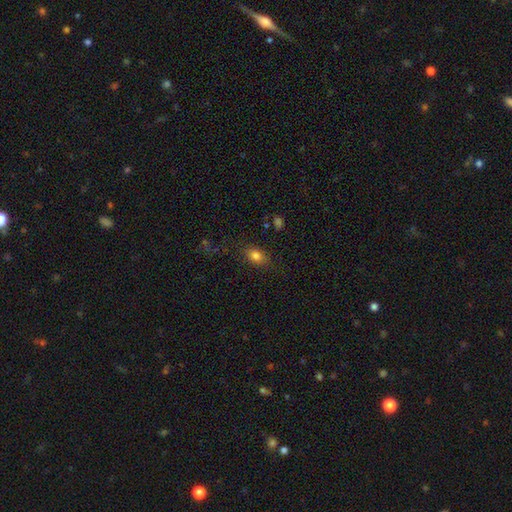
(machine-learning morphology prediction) smooth-or-featured: smooth: 82% | star or artifact: 11% | featured or disk: 8%
  how-rounded: in between: 78% | round: 19% | cigar-shaped: 2%
  merging: none: 82% | minor disturbance: 12% | major disturbance: 4% | merger: 2%